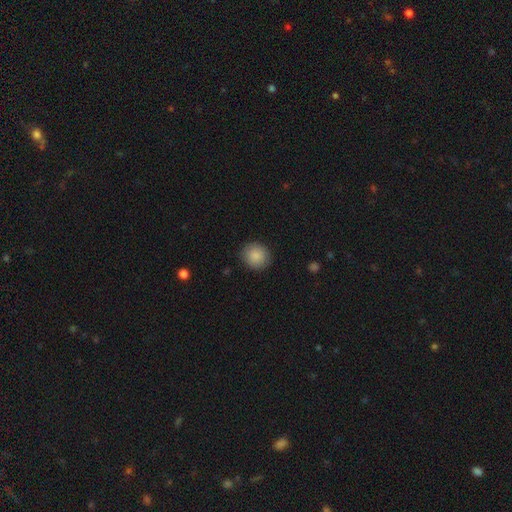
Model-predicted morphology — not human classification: Smooth or featured?
  - smooth: 88% *
  - star or artifact: 7%
  - featured or disk: 4%
How rounded?
  - round: 88% *
  - in between: 12%
  - cigar-shaped: 1%
Merging?
  - none: 89% *
  - minor disturbance: 8%
  - major disturbance: 2%
  - merger: 1%